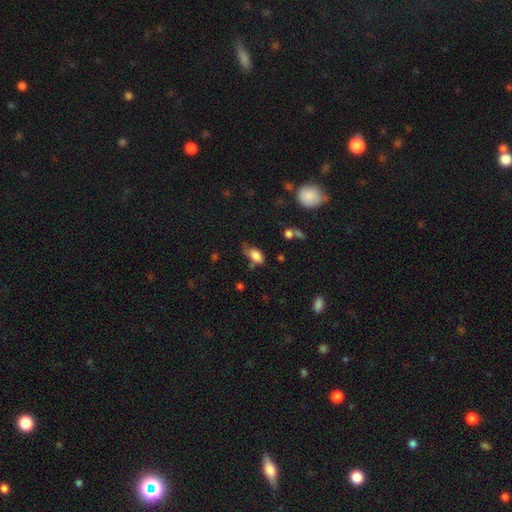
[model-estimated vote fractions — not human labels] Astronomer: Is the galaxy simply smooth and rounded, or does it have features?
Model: smooth — 80%.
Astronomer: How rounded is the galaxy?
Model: in between — 88%.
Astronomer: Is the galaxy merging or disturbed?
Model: none — 42% (runner-up: minor disturbance, 36%).